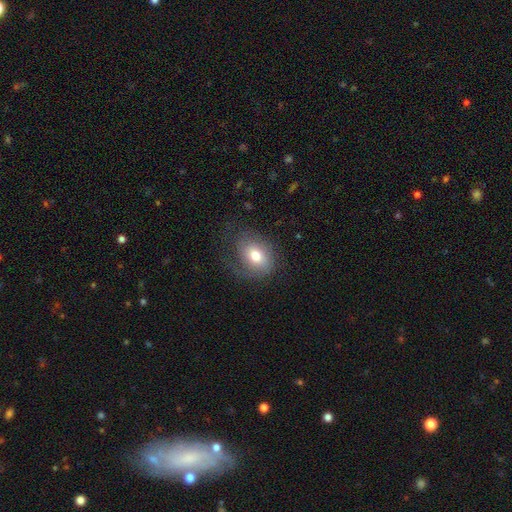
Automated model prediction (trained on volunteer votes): This is likely a smooth galaxy (62%). How rounded: likely in between (62%). Merging: possibly none (58%).